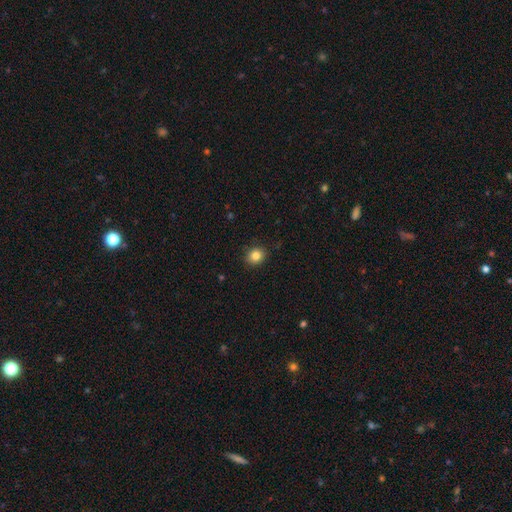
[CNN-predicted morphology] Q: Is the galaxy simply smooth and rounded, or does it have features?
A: smooth — 83%.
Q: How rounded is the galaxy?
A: round — 71%.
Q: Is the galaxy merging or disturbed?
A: none — 89%.